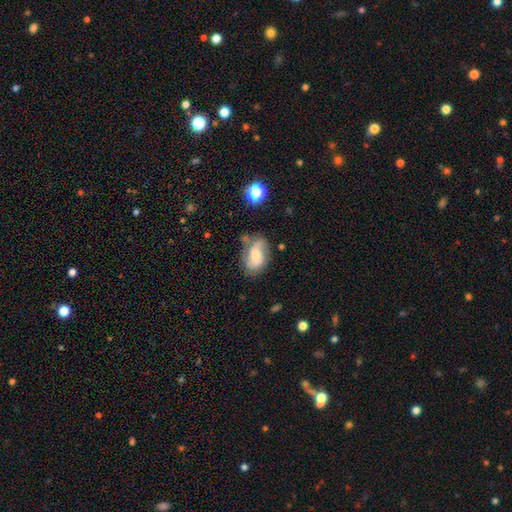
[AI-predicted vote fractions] A featured or disk galaxy (50%). Merging: none (56%).